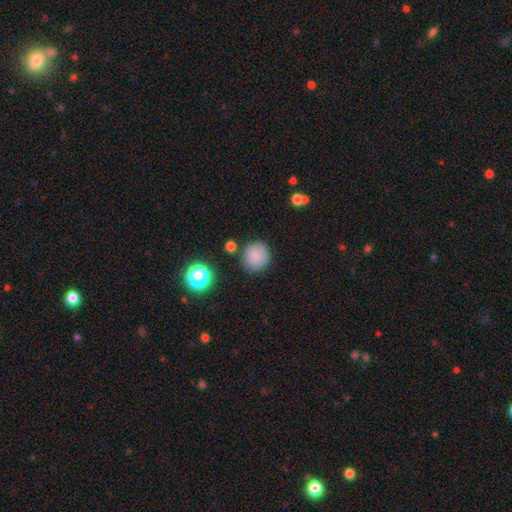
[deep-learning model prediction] Morphology: type=smooth (83%); roundness=round (93%); merging=none (85%).